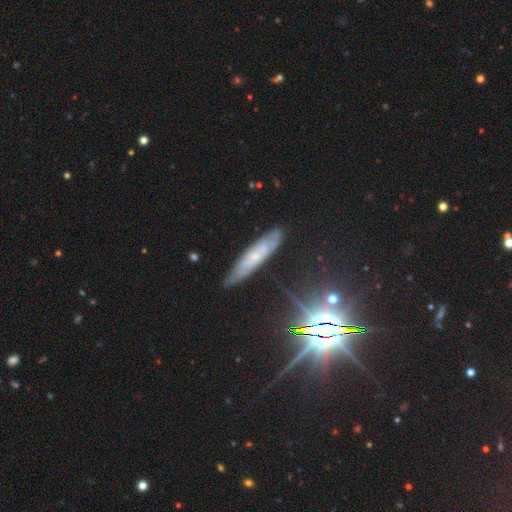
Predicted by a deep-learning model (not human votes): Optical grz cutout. It shows a featured or disk galaxy (54%) viewed edge-on (53%). Merging: none (79%).